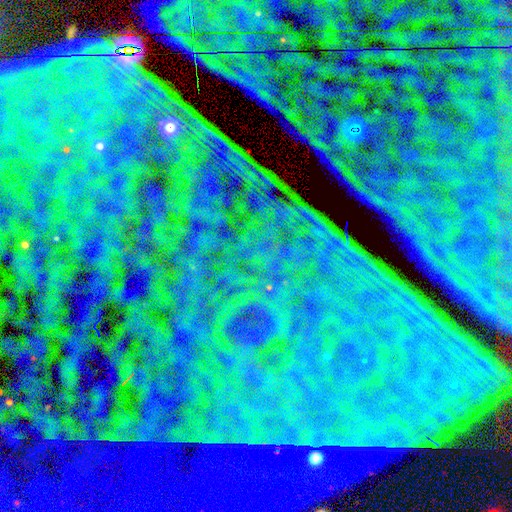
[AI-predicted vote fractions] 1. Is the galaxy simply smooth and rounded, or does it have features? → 88% star or artifact, 6% featured or disk, 6% smooth.